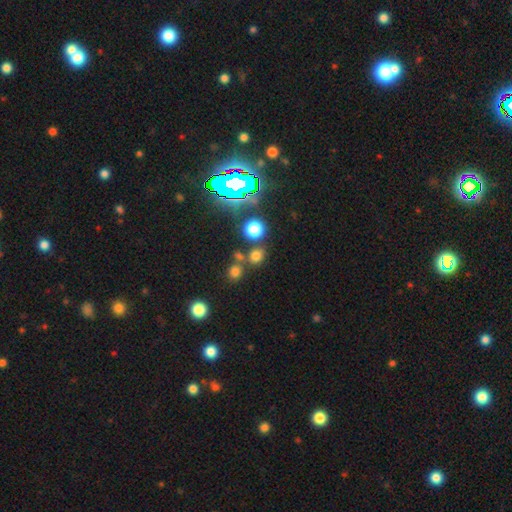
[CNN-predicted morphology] smooth-or-featured: smooth: 66% | star or artifact: 27% | featured or disk: 7%
  how-rounded: round: 82% | in between: 16% | cigar-shaped: 1%
  merging: none: 70% | merger: 18% | minor disturbance: 8% | major disturbance: 4%